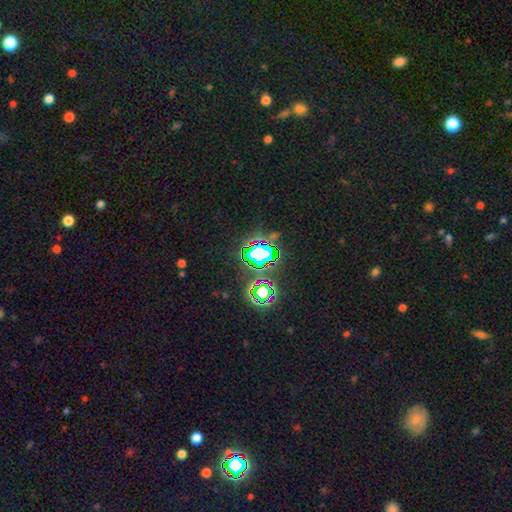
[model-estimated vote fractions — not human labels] smooth-or-featured: star or artifact: 73% | smooth: 16% | featured or disk: 11%